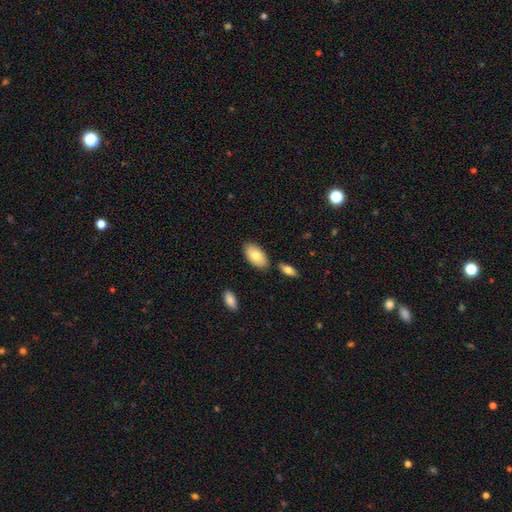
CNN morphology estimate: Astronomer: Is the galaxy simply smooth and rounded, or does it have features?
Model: smooth — 78%.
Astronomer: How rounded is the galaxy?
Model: in between — 95%.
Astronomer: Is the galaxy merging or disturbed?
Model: none — 79%.